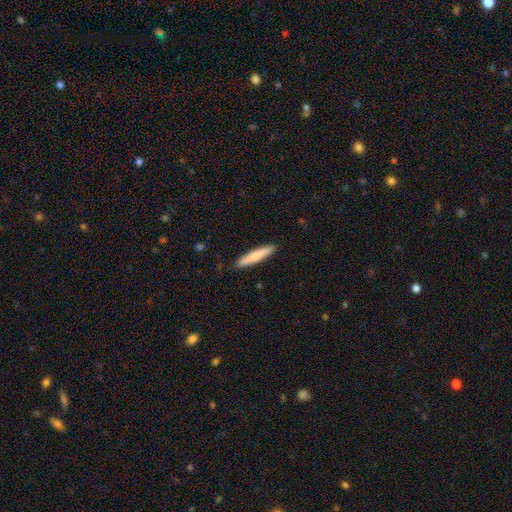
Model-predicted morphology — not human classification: Q: Smooth or featured?
A: smooth (75%); runner-up: featured or disk (20%)
Q: How rounded?
A: cigar-shaped (92%); runner-up: in between (6%)
Q: Merging?
A: none (90%); runner-up: minor disturbance (7%)